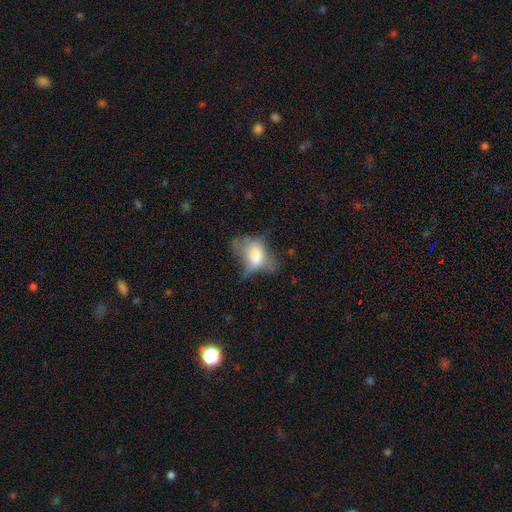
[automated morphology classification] Smooth or featured? Predicted: smooth (p=0.52). How rounded? Predicted: in between (p=0.85). Merging? Predicted: major disturbance (p=0.45).